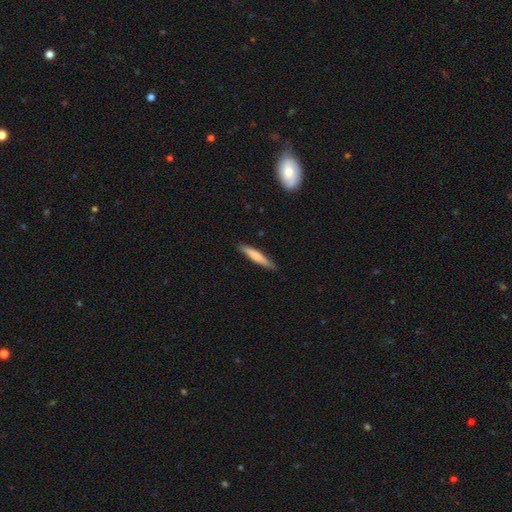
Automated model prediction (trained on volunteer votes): Smooth or featured? smooth (71%)
How rounded? cigar-shaped (91%)
Merging? none (86%)